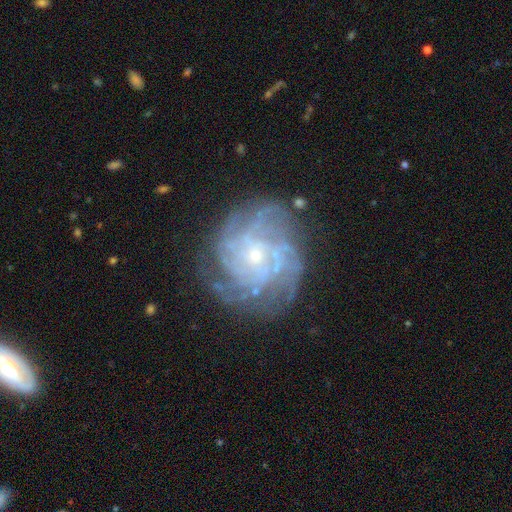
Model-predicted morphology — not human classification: smooth_or_featured: featured or disk (p=0.85) [alt: smooth p=0.08]
disk_edge_on: no (p=0.97) [alt: yes p=0.03]
bar: no (p=0.76) [alt: weak p=0.20]
has_spiral_arms: yes (p=0.93) [alt: no p=0.07]
spiral_winding: tight (p=0.63) [alt: medium p=0.29]
spiral_arm_count: can't tell (p=0.28) [alt: 4 p=0.25]
bulge_size: small (p=0.84) [alt: moderate p=0.12]
merging: none (p=0.72) [alt: minor disturbance p=0.17]